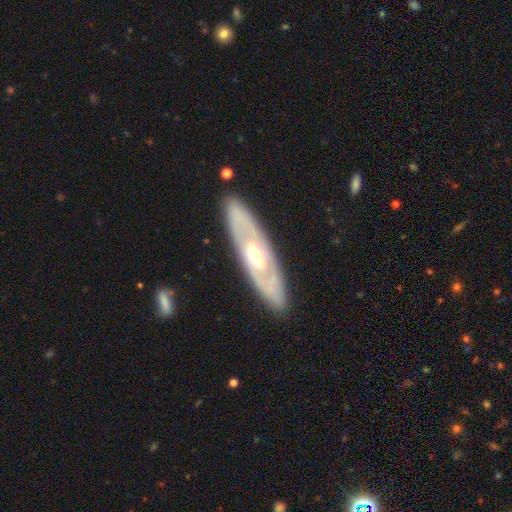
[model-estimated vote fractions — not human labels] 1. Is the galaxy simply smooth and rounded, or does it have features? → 70% featured or disk, 25% smooth, 5% star or artifact.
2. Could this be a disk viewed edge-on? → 70% no, 30% yes.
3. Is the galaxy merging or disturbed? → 87% none, 9% minor disturbance, 2% major disturbance, 1% merger.